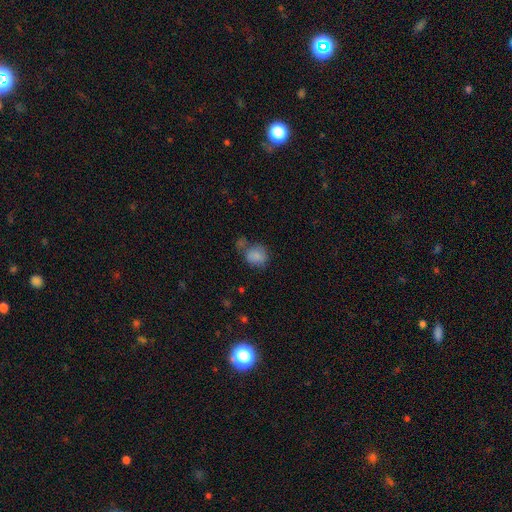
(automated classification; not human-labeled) smooth-or-featured: smooth: 81% | star or artifact: 10% | featured or disk: 9%
  how-rounded: round: 63% | in between: 36% | cigar-shaped: 1%
  merging: none: 46% | merger: 23% | minor disturbance: 21% | major disturbance: 11%